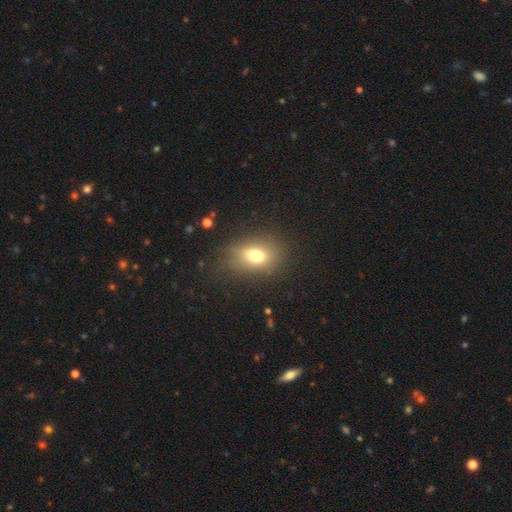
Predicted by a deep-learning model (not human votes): smooth_or_featured: smooth (p=0.72) [alt: featured or disk p=0.15]
how_rounded: in between (p=0.70) [alt: round p=0.27]
merging: none (p=0.69) [alt: minor disturbance p=0.19]